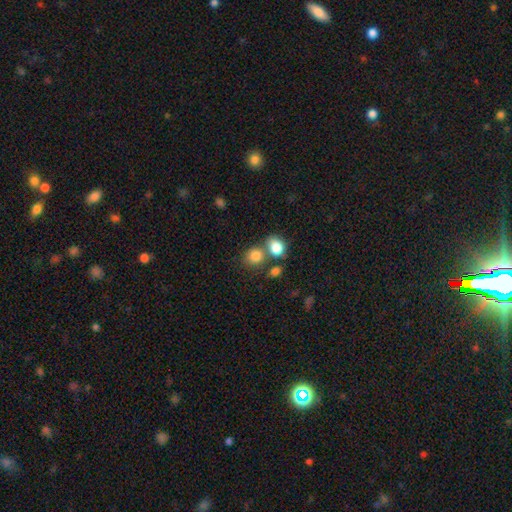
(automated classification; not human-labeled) Smooth or featured? smooth (81%)
How rounded? round (72%)
Merging? none (53%)